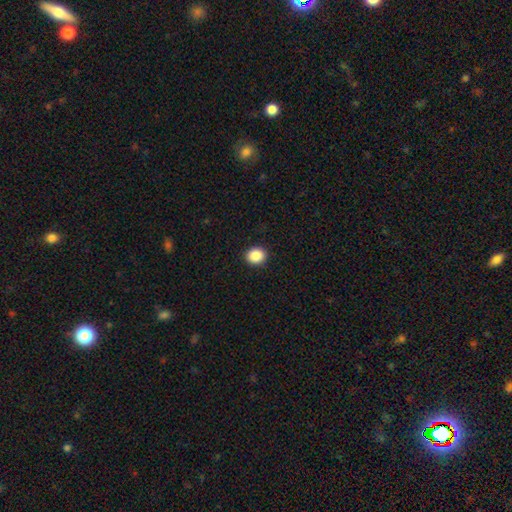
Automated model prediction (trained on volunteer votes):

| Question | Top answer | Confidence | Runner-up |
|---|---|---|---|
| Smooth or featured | smooth | 88% | star or artifact (9%) |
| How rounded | round | 78% | in between (21%) |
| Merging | none | 92% | minor disturbance (5%) |